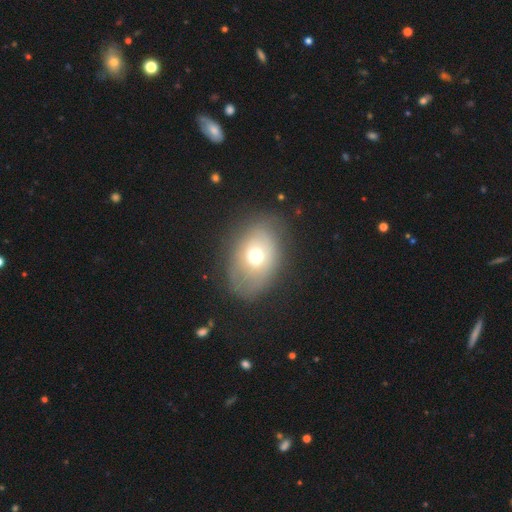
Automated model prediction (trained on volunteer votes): Overall: smooth (60%; featured or disk 30%). How rounded: in between (76%). Merging: none (72%).